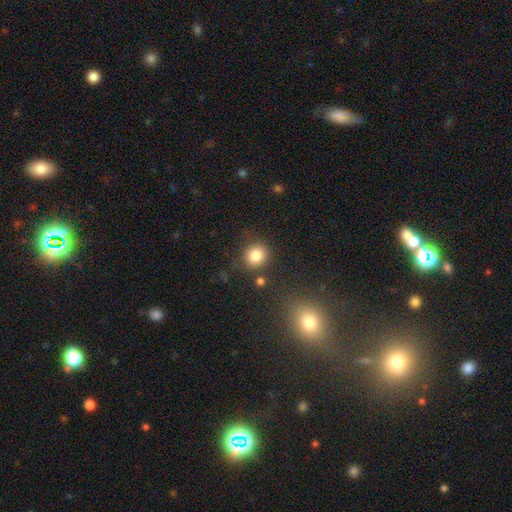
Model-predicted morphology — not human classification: smooth 82%, star or artifact 11%, featured or disk 6%. Down the decision tree: how rounded — round (83%); merging — none (79%).